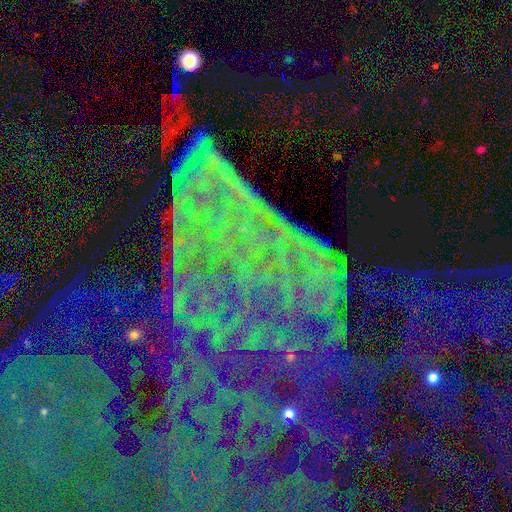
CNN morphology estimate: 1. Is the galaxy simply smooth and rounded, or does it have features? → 80% star or artifact, 12% featured or disk, 8% smooth.